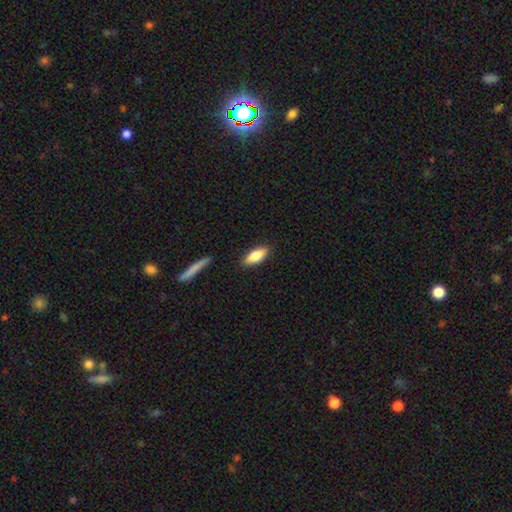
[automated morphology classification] A smooth galaxy with no disk features (78%) that is in between round and cigar-shaped (75%). Merging: none (86%).